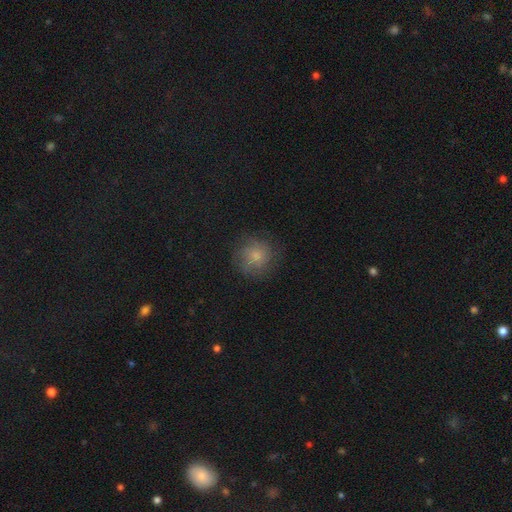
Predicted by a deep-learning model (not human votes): smooth-or-featured: smooth: 67% | featured or disk: 22% | star or artifact: 11%
  how-rounded: round: 90% | in between: 9% | cigar-shaped: 1%
  merging: none: 75% | minor disturbance: 16% | major disturbance: 7% | merger: 1%